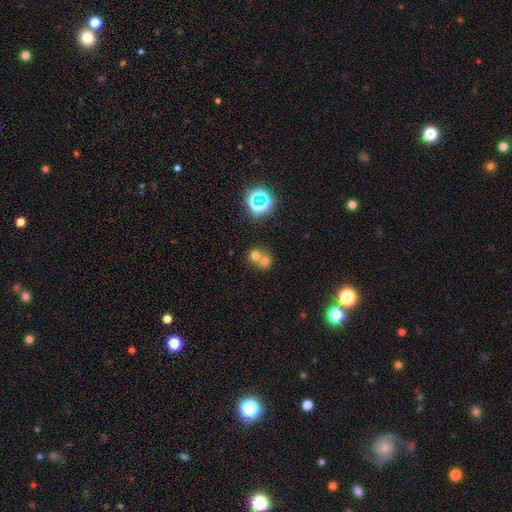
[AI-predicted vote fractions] A smooth galaxy with no disk features (66%) that is round (77%).

Vote fractions:
- Smooth or featured? smooth: 66% / star or artifact: 20% / featured or disk: 14%
- How rounded? round: 77% / in between: 22% / cigar-shaped: 1%
- Merging? merger: 59% / none: 33% / minor disturbance: 5% / major disturbance: 2%